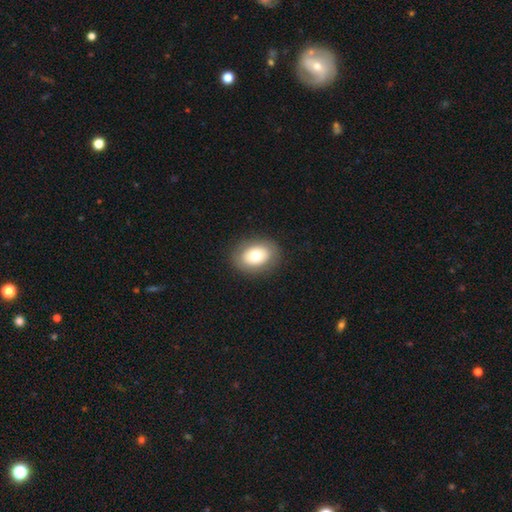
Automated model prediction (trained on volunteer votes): A smooth galaxy with no disk features (71%) that is in between round and cigar-shaped (72%).

Vote fractions:
- Smooth or featured? smooth: 71% / featured or disk: 21% / star or artifact: 8%
- How rounded? in between: 72% / round: 27% / cigar-shaped: 1%
- Merging? none: 87% / minor disturbance: 9% / major disturbance: 3% / merger: 1%